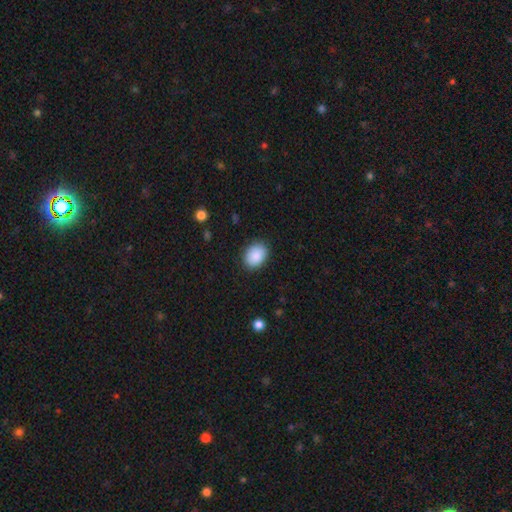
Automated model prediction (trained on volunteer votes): Smooth or featured? Predicted: smooth (p=0.89). How rounded? Predicted: in between (p=0.66). Merging? Predicted: none (p=0.87).